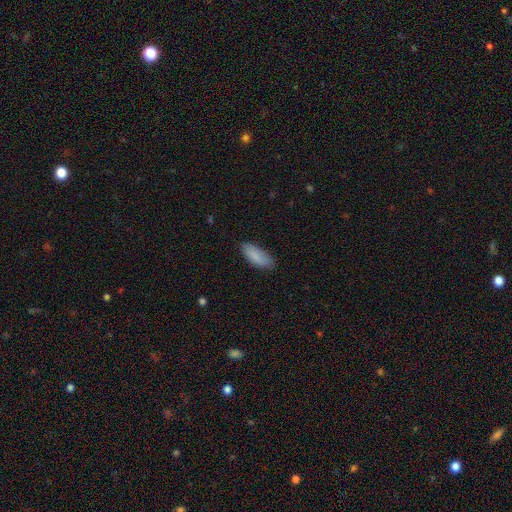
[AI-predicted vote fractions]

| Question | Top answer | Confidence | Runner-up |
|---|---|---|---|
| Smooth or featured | smooth | 86% | featured or disk (8%) |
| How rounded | in between | 76% | cigar-shaped (22%) |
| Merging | none | 76% | minor disturbance (20%) |